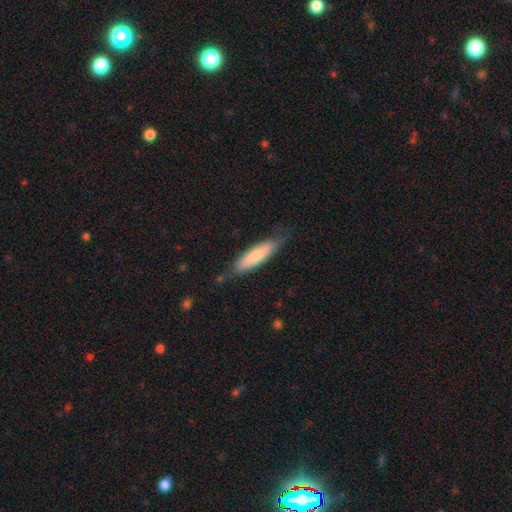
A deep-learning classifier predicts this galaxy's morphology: Q: Smooth or featured?
A: smooth (72%); runner-up: featured or disk (22%)
Q: How rounded?
A: cigar-shaped (75%); runner-up: in between (24%)
Q: Merging?
A: none (73%); runner-up: minor disturbance (21%)